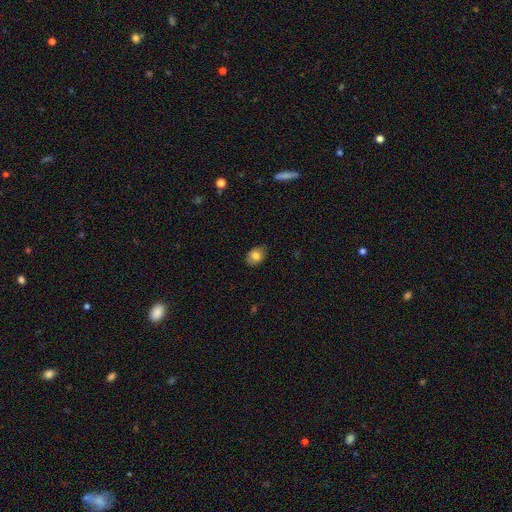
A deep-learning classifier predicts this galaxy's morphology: Overall: smooth (80%). How rounded: in between (72%). Merging: none (81%).